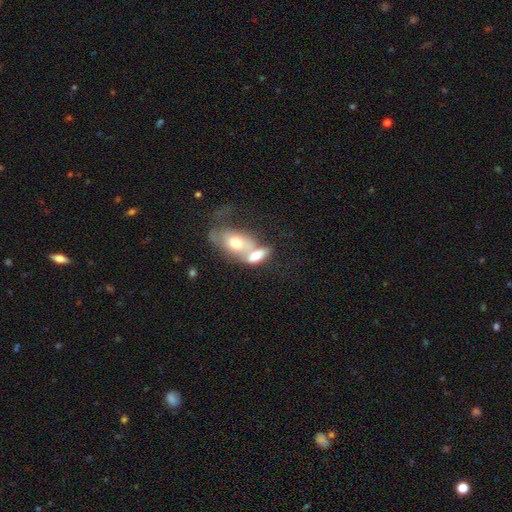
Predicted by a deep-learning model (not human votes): Smooth or featured?
  - smooth: 63% *
  - featured or disk: 29%
  - star or artifact: 7%
How rounded?
  - in between: 82% *
  - cigar-shaped: 11%
  - round: 7%
Merging?
  - merger: 70% *
  - none: 16%
  - minor disturbance: 7%
  - major disturbance: 7%